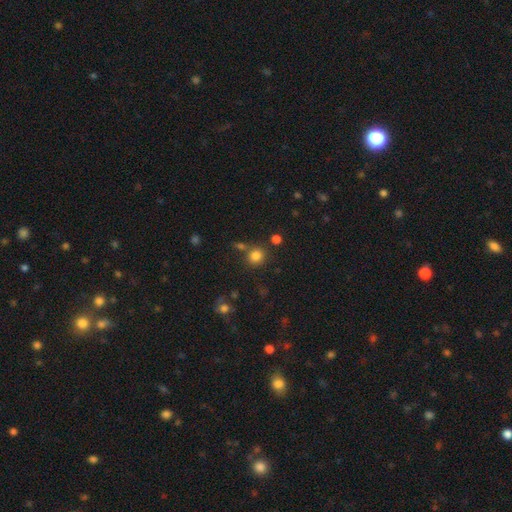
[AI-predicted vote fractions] smooth 81%, star or artifact 14%, featured or disk 5%. Down the decision tree: how rounded — round (85%); merging — none (74%).